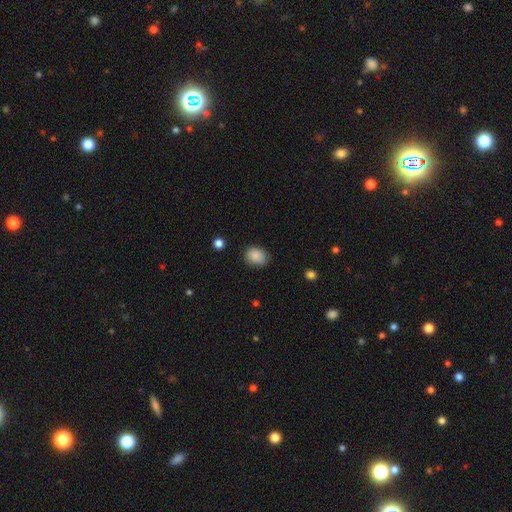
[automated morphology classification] This is clearly a smooth galaxy (87%). How rounded: possibly in between (52%). Merging: likely none (76%).